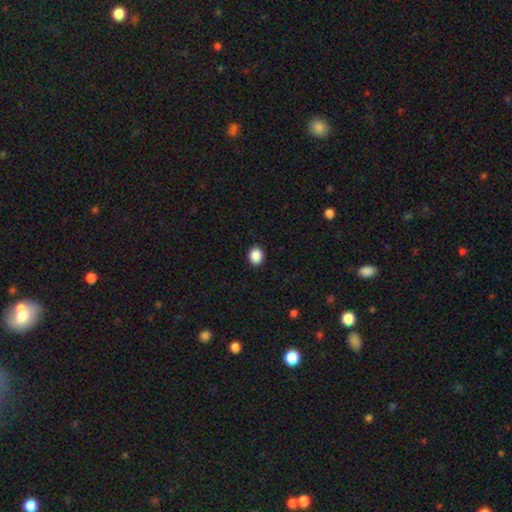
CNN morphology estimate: smooth-or-featured: smooth: 88% | star or artifact: 9% | featured or disk: 3%
  how-rounded: round: 62% | in between: 37% | cigar-shaped: 1%
  merging: none: 92% | minor disturbance: 6% | major disturbance: 2% | merger: 1%